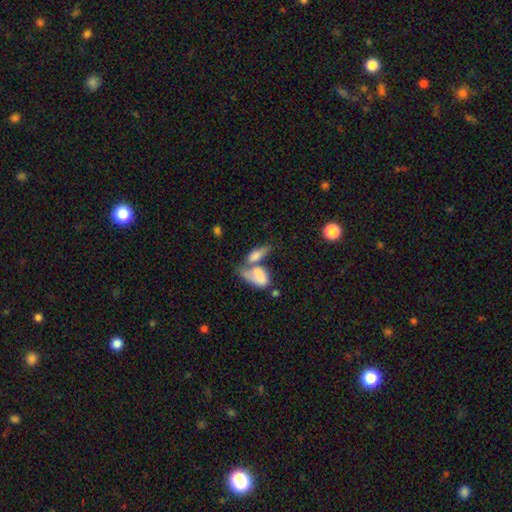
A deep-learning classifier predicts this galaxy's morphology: Smooth or featured?
  - smooth: 71% *
  - featured or disk: 21%
  - star or artifact: 8%
How rounded?
  - in between: 83% *
  - cigar-shaped: 11%
  - round: 5%
Merging?
  - merger: 66% *
  - none: 17%
  - major disturbance: 9%
  - minor disturbance: 8%